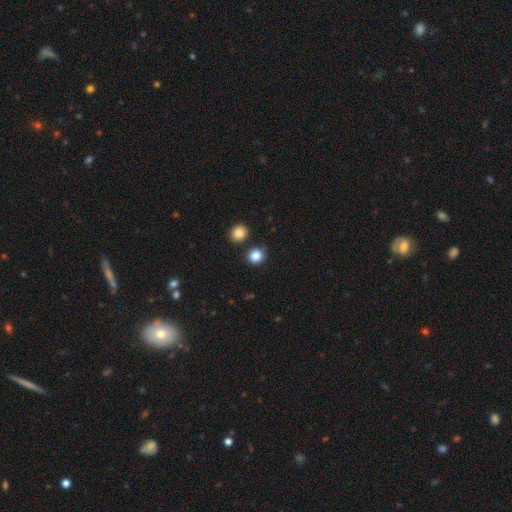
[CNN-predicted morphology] smooth_or_featured: smooth (p=0.85) [alt: star or artifact p=0.11]
how_rounded: round (p=0.87) [alt: in between p=0.12]
merging: none (p=0.83) [alt: minor disturbance p=0.08]